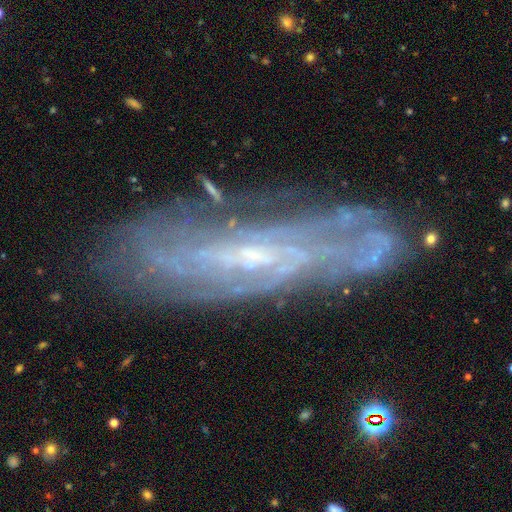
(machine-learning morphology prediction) This is likely a featured or disk galaxy (78%). It is likely not viewed edge-on (69%). Bar: marginally no (41%, tied with weak). Spiral arm pattern: clearly yes (85%). Central bulge: likely small (74%). Merging: likely none (79%).